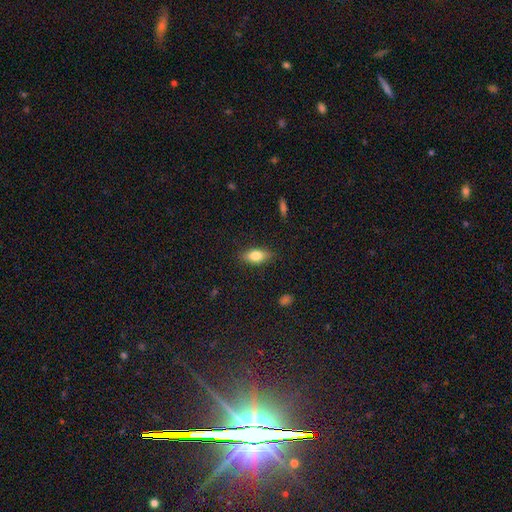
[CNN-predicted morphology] Smooth or featured: smooth — 75% (featured or disk — 17%)
How rounded: in between — 81% (cigar-shaped — 13%)
Merging: none — 84% (minor disturbance — 12%)